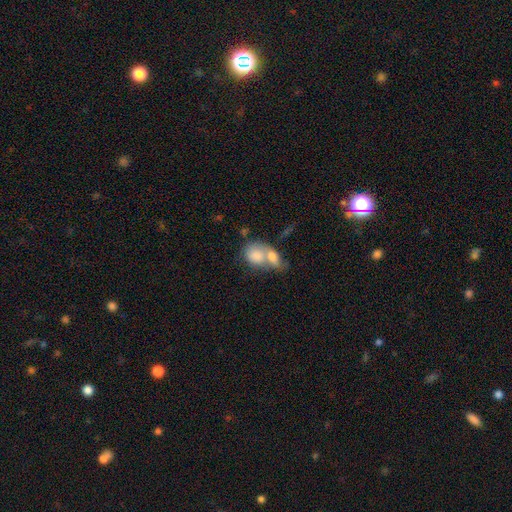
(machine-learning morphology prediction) This is likely a smooth galaxy (78%). How rounded: likely in between (63%). Merging: likely merger (72%).